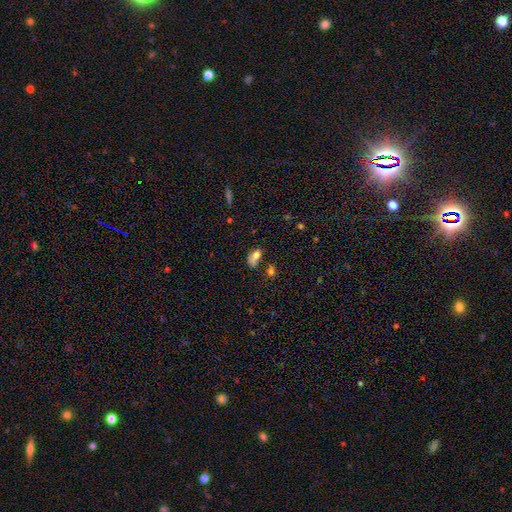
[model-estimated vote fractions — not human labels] Smooth or featured?
  - smooth: 73% *
  - featured or disk: 15%
  - star or artifact: 12%
How rounded?
  - in between: 83% *
  - round: 12%
  - cigar-shaped: 4%
Merging?
  - none: 35% *
  - minor disturbance: 26%
  - merger: 21%
  - major disturbance: 18%